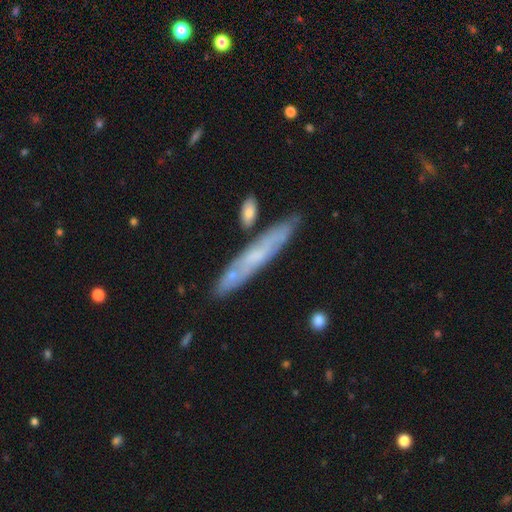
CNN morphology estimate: smooth-or-featured: featured or disk: 50% | smooth: 43% | star or artifact: 7%
  merging: none: 76% | minor disturbance: 14% | merger: 7% | major disturbance: 3%